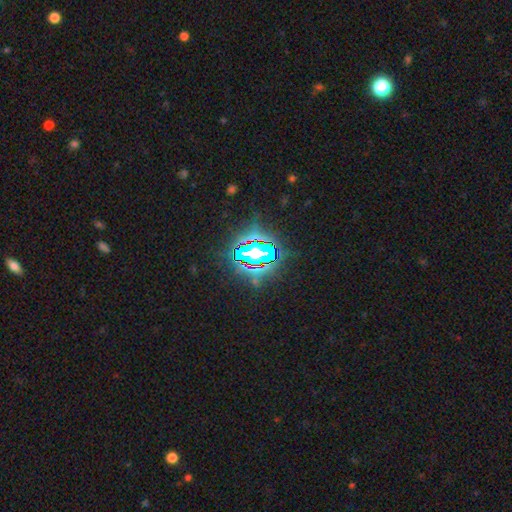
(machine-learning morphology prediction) Smooth or featured? star or artifact (79%)